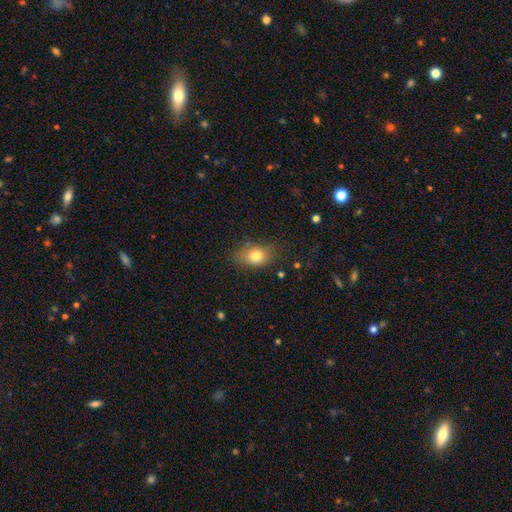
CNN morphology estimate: This is likely a smooth galaxy (79%). How rounded: likely in between (74%). Merging: likely none (71%).